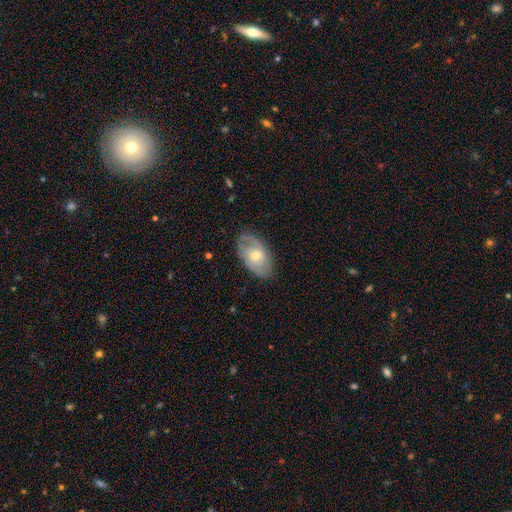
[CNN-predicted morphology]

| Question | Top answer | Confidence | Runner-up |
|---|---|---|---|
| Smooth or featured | featured or disk | 64% | smooth (30%) |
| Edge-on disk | no | 92% | yes (8%) |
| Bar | no | 64% | weak (30%) |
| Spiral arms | yes | 79% | no (21%) |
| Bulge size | moderate | 56% | small (39%) |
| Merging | none | 76% | minor disturbance (18%) |